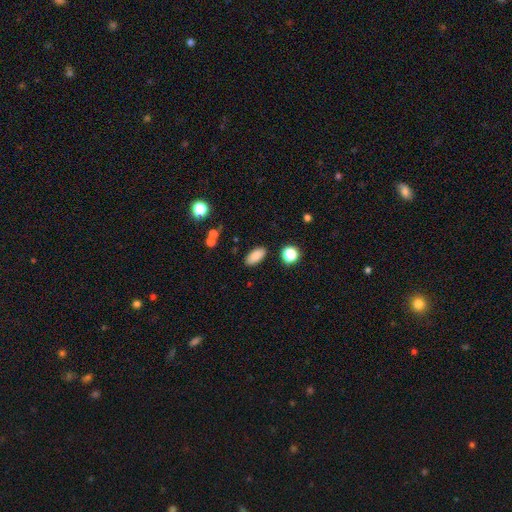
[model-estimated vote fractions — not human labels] A smooth galaxy with no disk features (86%) that is in between round and cigar-shaped (90%). Merging: none (87%).